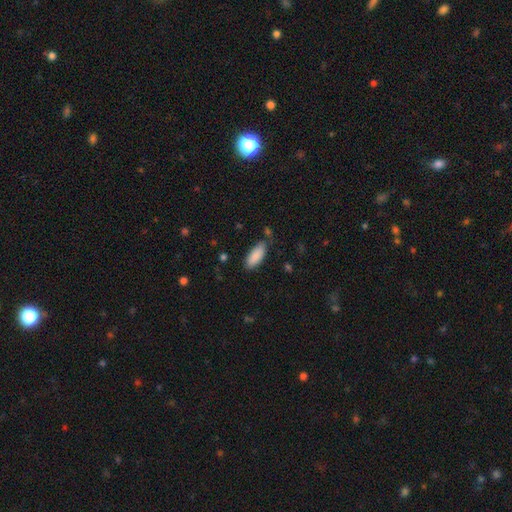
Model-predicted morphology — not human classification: Smooth or featured?
  - smooth: 89% *
  - star or artifact: 6%
  - featured or disk: 4%
How rounded?
  - in between: 80% *
  - cigar-shaped: 19%
  - round: 2%
Merging?
  - none: 78% *
  - minor disturbance: 16%
  - merger: 3%
  - major disturbance: 3%